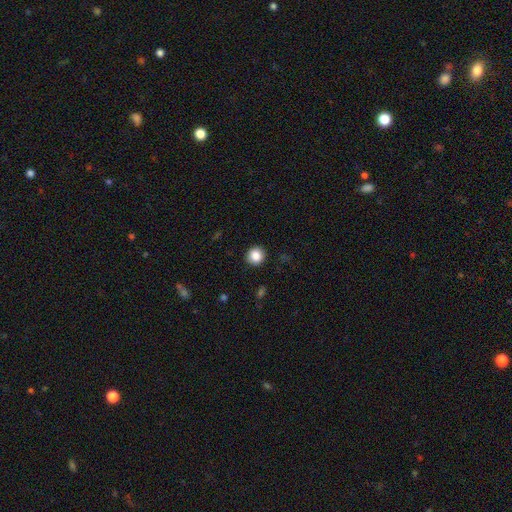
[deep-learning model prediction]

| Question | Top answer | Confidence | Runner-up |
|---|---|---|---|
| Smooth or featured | smooth | 85% | star or artifact (9%) |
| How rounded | round | 91% | in between (9%) |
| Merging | none | 91% | minor disturbance (6%) |